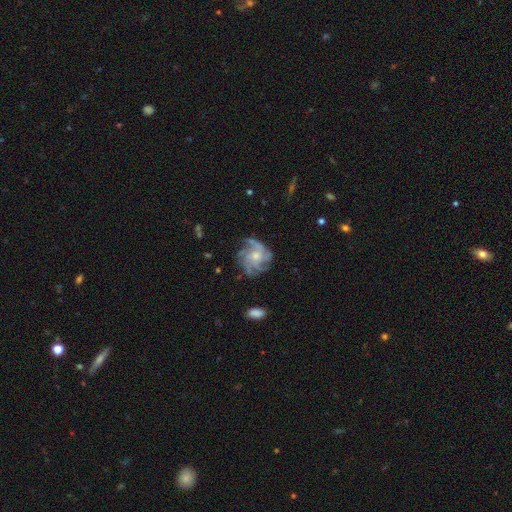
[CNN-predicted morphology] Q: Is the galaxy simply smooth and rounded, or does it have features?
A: featured or disk — 84%.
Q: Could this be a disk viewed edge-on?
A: no — 98%.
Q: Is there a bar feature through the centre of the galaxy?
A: no — 73%.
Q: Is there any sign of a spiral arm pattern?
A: yes — 96%.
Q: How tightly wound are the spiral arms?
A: tight — 42%, tied with medium.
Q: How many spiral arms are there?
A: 4 — 33%.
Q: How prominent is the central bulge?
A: moderate — 47%.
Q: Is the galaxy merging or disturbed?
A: none — 73%.